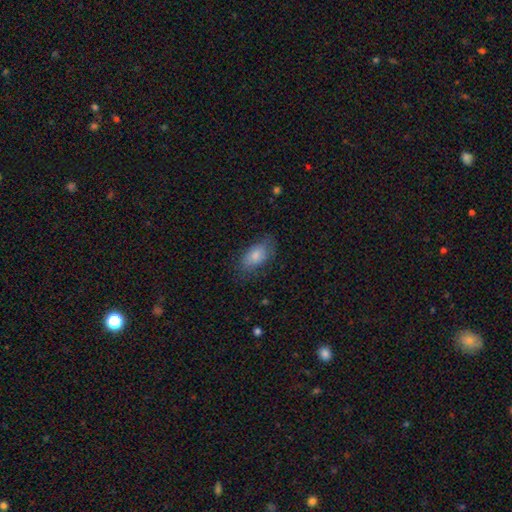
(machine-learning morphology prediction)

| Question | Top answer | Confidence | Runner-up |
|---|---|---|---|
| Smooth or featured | smooth | 80% | featured or disk (13%) |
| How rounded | in between | 92% | round (5%) |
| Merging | none | 70% | minor disturbance (21%) |